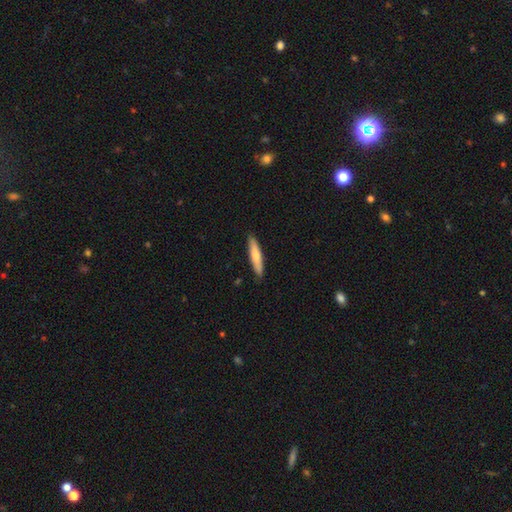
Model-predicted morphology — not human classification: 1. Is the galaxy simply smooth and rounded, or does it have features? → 69% smooth, 25% featured or disk, 5% star or artifact.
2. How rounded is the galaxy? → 86% cigar-shaped, 12% in between, 1% round.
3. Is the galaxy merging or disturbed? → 89% none, 9% minor disturbance, 2% major disturbance, 1% merger.